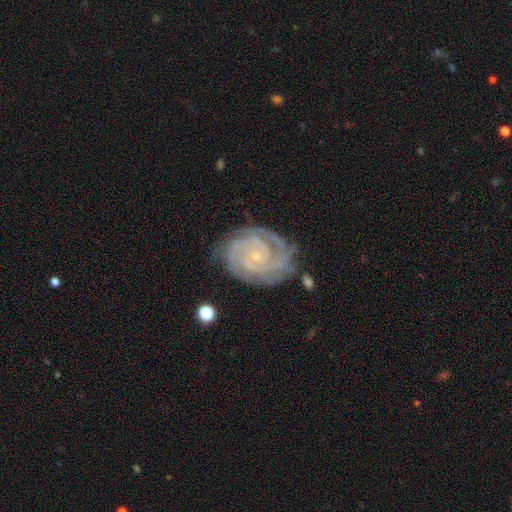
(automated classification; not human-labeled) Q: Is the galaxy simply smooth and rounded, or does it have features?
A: featured or disk — 92%.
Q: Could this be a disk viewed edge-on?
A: no — 98%.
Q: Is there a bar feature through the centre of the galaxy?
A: no — 72%.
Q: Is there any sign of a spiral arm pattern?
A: yes — 99%.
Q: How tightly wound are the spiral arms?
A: tight — 84%.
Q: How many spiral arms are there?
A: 3 — 34%.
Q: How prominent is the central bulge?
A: small — 85%.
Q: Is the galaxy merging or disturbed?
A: none — 77%.